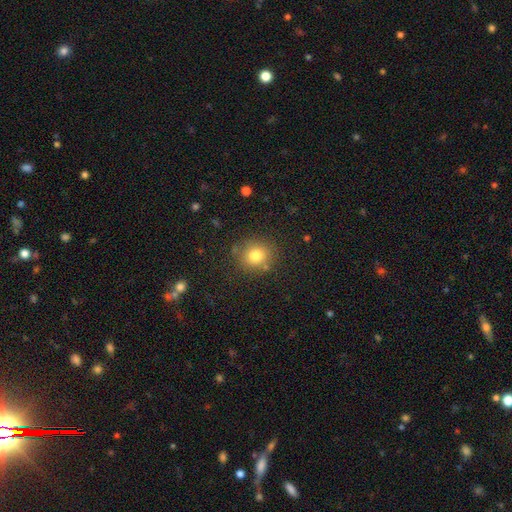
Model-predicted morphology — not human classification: This appears to be a smooth galaxy with no disk features (79%) that is round (81%). Merging: none (82%).